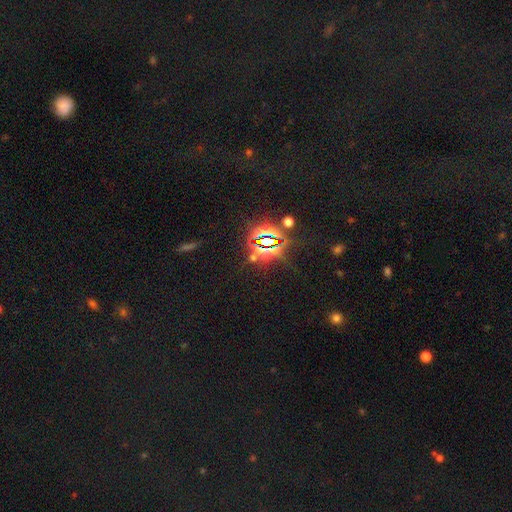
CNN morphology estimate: Smooth or featured? Predicted: star or artifact (p=0.82).